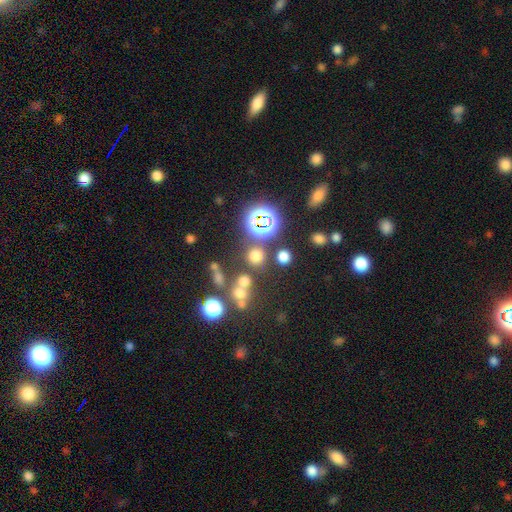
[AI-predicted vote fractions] Smooth or featured: smooth — 61% (star or artifact — 30%)
How rounded: round — 89% (in between — 9%)
Merging: none — 72% (merger — 14%)